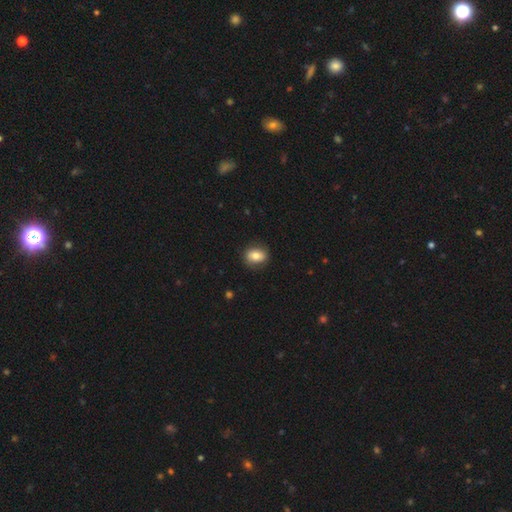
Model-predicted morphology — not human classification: Smooth or featured: smooth — 78% (featured or disk — 14%)
How rounded: in between — 57% (round — 41%)
Merging: none — 85% (minor disturbance — 11%)